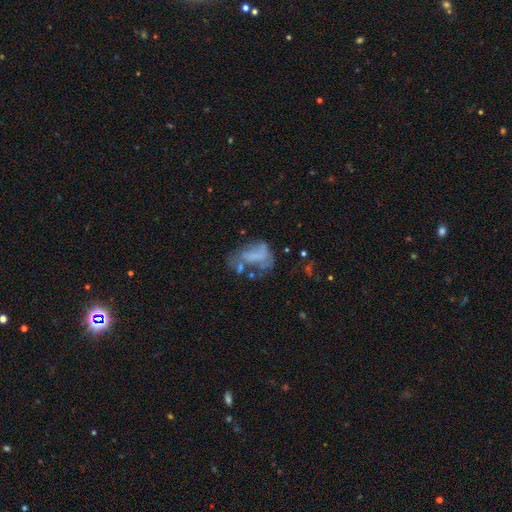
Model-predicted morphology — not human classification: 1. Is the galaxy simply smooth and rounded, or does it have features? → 44% featured or disk, 41% smooth, 14% star or artifact.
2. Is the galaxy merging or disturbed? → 39% major disturbance, 25% none, 21% minor disturbance, 15% merger.